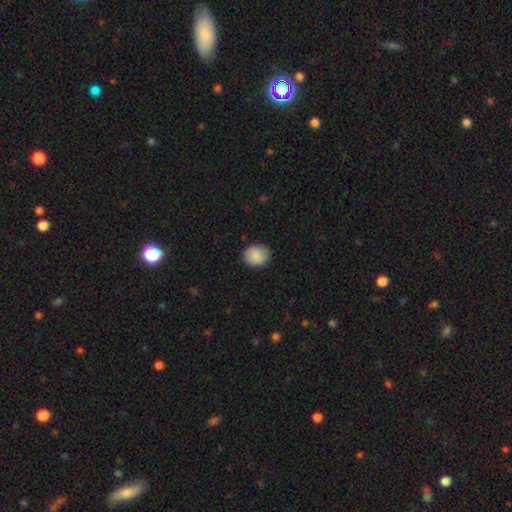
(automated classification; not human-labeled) A smooth galaxy with no disk features (88%) that is round (74%).

Vote fractions:
- Smooth or featured? smooth: 88% / star or artifact: 7% / featured or disk: 5%
- How rounded? round: 74% / in between: 25% / cigar-shaped: 1%
- Merging? none: 85% / minor disturbance: 11% / major disturbance: 3% / merger: 1%